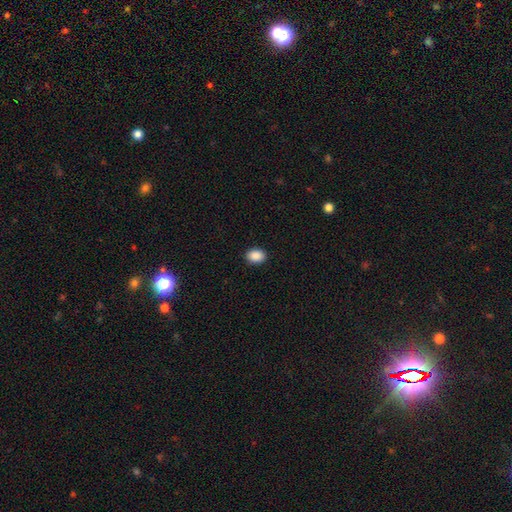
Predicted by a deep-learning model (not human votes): smooth 90%, star or artifact 8%, featured or disk 2%. Down the decision tree: how rounded — in between (71%); merging — none (91%).